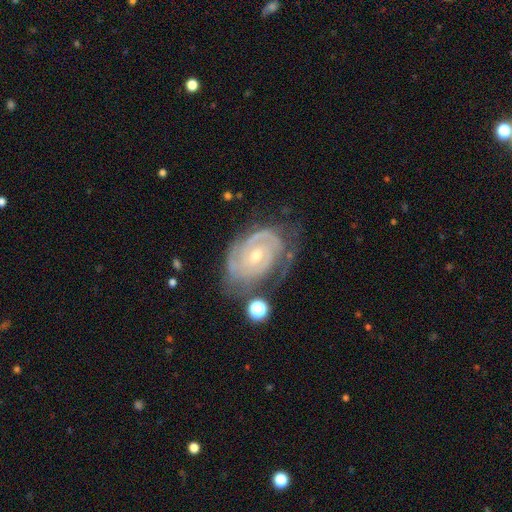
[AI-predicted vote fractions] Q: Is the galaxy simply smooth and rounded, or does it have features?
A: featured or disk — 88%.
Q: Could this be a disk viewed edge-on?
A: no — 97%.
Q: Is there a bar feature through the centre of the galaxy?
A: no — 60%.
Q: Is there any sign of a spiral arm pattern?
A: yes — 96%.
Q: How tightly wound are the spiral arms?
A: tight — 74%.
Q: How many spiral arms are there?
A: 2 — 42%.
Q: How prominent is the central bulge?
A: small — 50%.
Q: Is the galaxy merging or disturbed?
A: none — 58%.